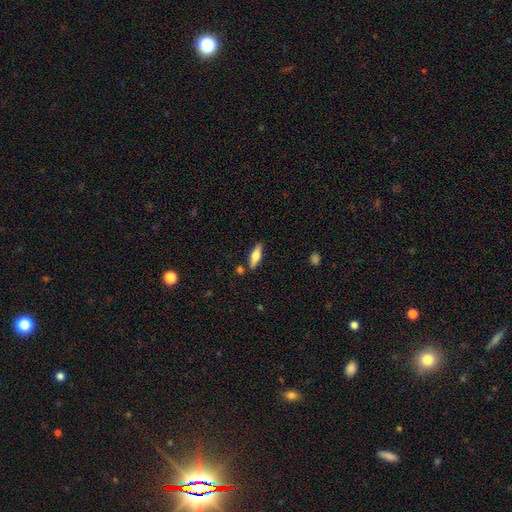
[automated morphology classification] A smooth galaxy with no disk features (55%) that is cigar-shaped (52%).

Vote fractions:
- Smooth or featured? smooth: 55% / featured or disk: 39% / star or artifact: 6%
- How rounded? cigar-shaped: 52% / in between: 46% / round: 2%
- Merging? none: 84% / minor disturbance: 10% / merger: 4% / major disturbance: 2%